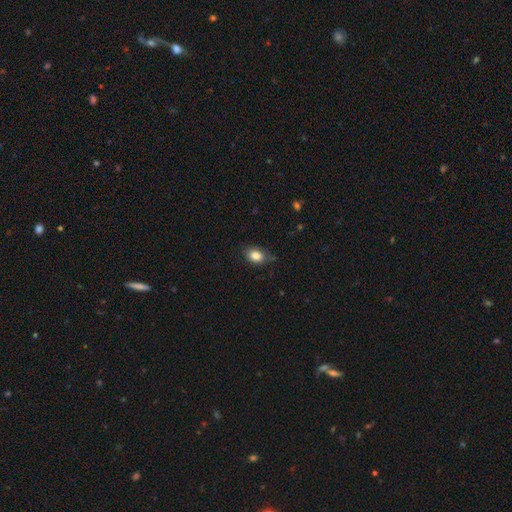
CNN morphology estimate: This is clearly a smooth galaxy (84%). How rounded: likely in between (75%). Merging: likely none (71%).